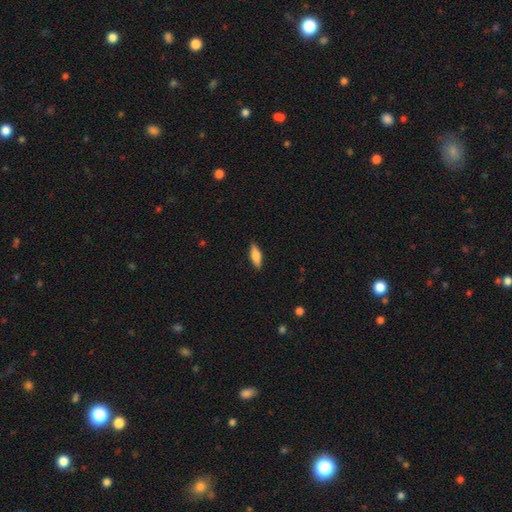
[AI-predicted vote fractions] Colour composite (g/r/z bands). It shows a smooth galaxy with no disk features (71%) that is in between round and cigar-shaped (57%). Merging: none (88%).